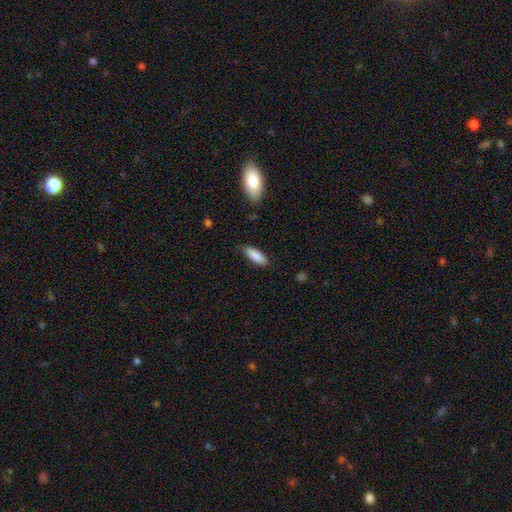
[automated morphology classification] This appears to be a smooth galaxy with no disk features (88%) that is in between round and cigar-shaped (65%). Merging: none (82%).